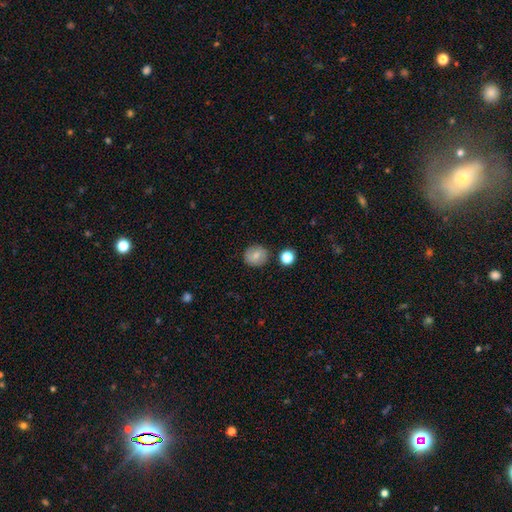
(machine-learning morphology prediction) Overall: smooth (73%). How rounded: round (88%). Merging: none (85%).